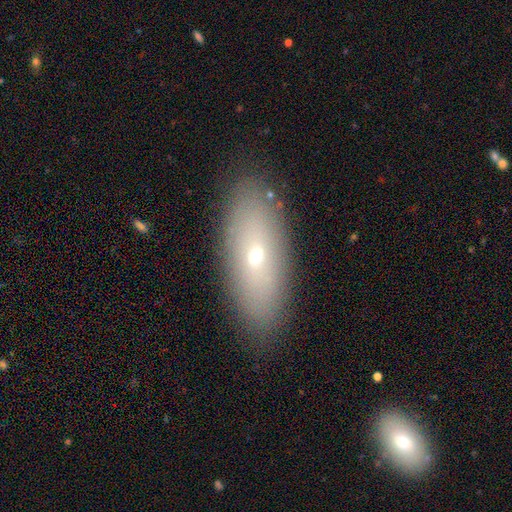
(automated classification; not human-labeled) This is possibly a smooth galaxy (55%). How rounded: likely in between (72%). Merging: clearly none (87%).